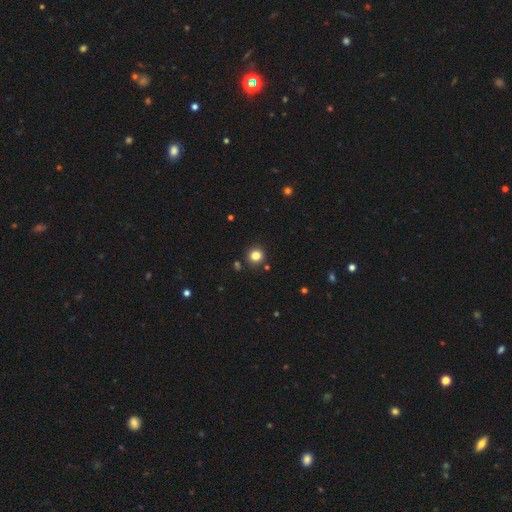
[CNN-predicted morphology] A smooth galaxy with no disk features (82%) that is round (92%).

Vote fractions:
- Smooth or featured? smooth: 82% / star or artifact: 13% / featured or disk: 5%
- How rounded? round: 92% / in between: 7% / cigar-shaped: 1%
- Merging? none: 90% / minor disturbance: 6% / merger: 3% / major disturbance: 2%